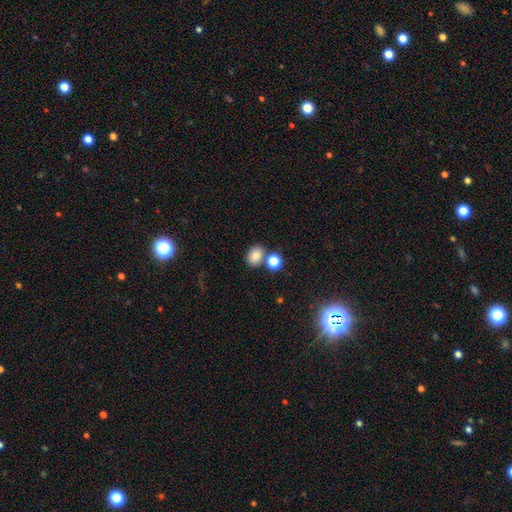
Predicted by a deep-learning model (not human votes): Smooth or featured? Predicted: smooth (p=0.83). How rounded? Predicted: in between (p=0.62). Merging? Predicted: none (p=0.67).